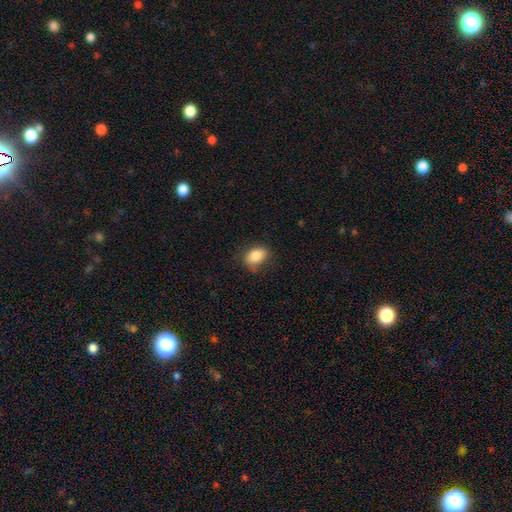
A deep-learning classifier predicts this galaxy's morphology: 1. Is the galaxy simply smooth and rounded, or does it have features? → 85% smooth, 8% star or artifact, 6% featured or disk.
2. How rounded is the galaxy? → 76% in between, 23% round, 1% cigar-shaped.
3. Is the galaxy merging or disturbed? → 70% none, 23% minor disturbance, 6% major disturbance, 1% merger.